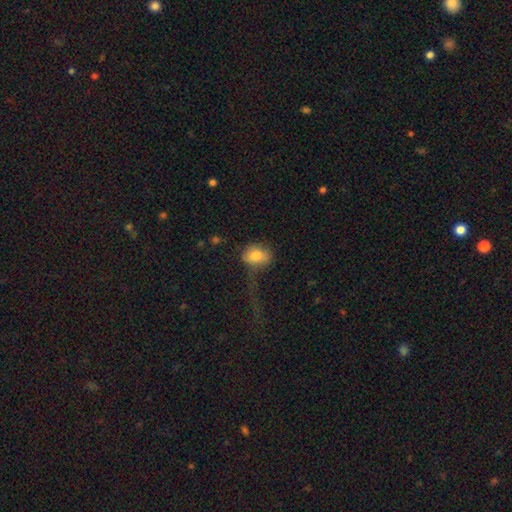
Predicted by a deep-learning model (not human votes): This appears to be a smooth galaxy with no disk features (79%) that is in between round and cigar-shaped (60%). Merging: none (41%).